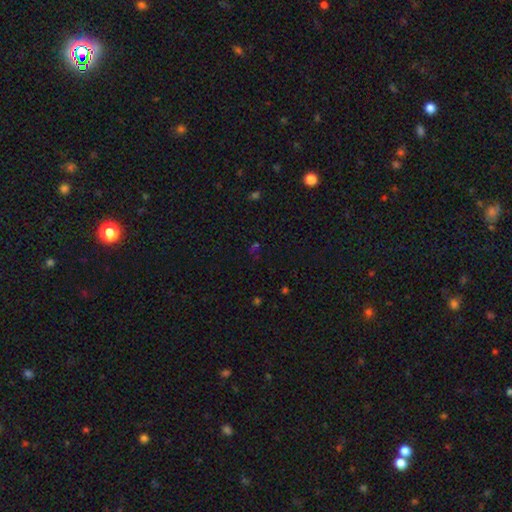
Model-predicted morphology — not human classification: Smooth or featured: star or artifact — 58% (smooth — 32%)